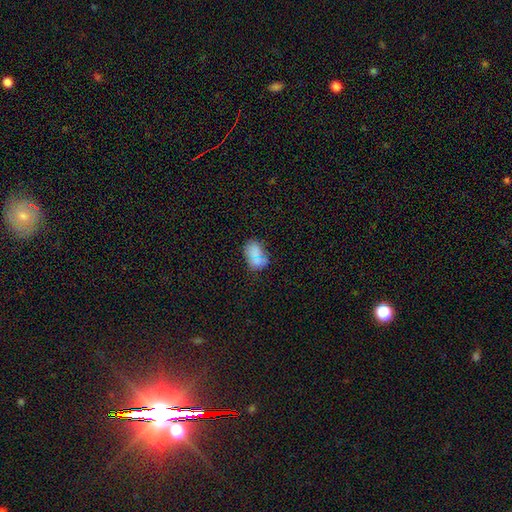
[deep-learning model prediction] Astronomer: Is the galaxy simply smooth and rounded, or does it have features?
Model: smooth — 74%.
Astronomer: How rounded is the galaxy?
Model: in between — 80%.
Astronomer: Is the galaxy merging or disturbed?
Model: none — 52%.